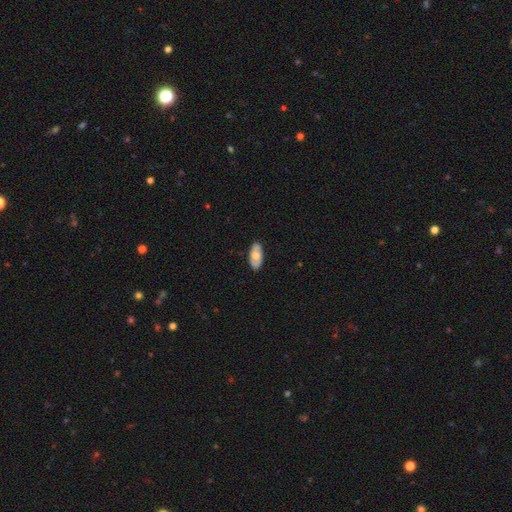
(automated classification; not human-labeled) smooth-or-featured: smooth: 55% | featured or disk: 39% | star or artifact: 5%
  how-rounded: in between: 90% | cigar-shaped: 7% | round: 3%
  merging: none: 87% | minor disturbance: 10% | major disturbance: 2% | merger: 1%